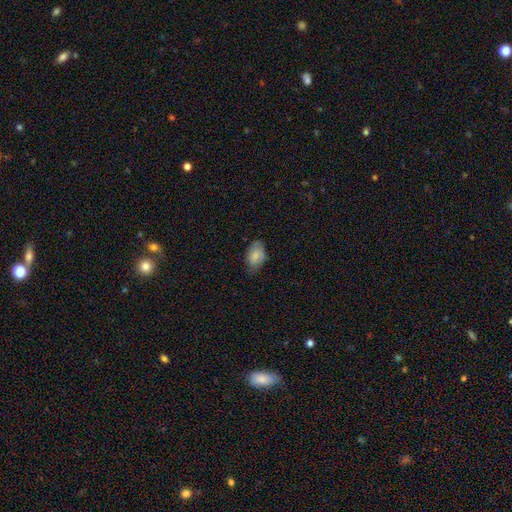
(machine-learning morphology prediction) Smooth or featured? smooth (81%)
How rounded? in between (91%)
Merging? none (67%)